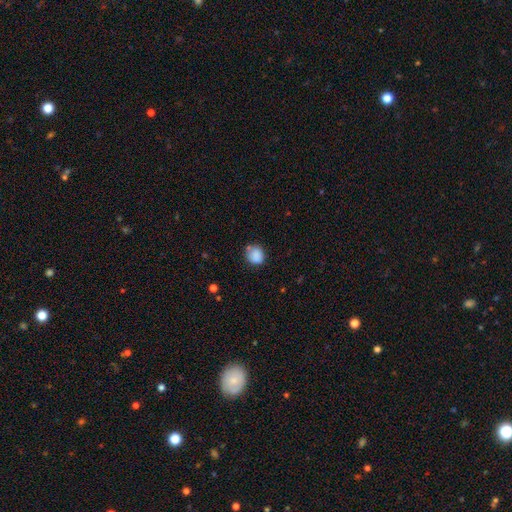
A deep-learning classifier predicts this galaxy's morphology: smooth-or-featured: smooth: 85% | star or artifact: 9% | featured or disk: 5%
  how-rounded: round: 74% | in between: 25% | cigar-shaped: 1%
  merging: none: 68% | minor disturbance: 21% | merger: 6% | major disturbance: 5%